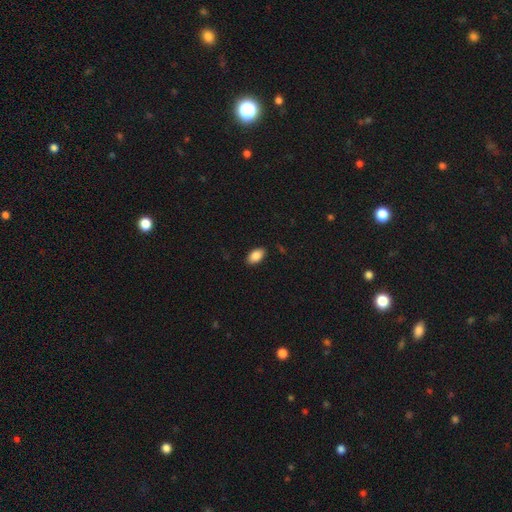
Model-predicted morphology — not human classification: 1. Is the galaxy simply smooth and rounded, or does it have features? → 87% smooth, 7% star or artifact, 6% featured or disk.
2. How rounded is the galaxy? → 93% in between, 5% round, 2% cigar-shaped.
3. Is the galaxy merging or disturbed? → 88% none, 9% minor disturbance, 2% major disturbance, 1% merger.